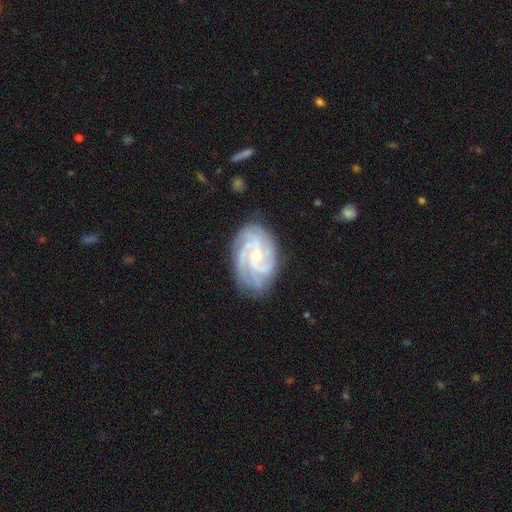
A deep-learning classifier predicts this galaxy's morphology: smooth_or_featured: featured or disk (p=0.89) [alt: star or artifact p=0.05]
disk_edge_on: no (p=0.97) [alt: yes p=0.03]
bar: no (p=0.60) [alt: weak p=0.33]
has_spiral_arms: yes (p=0.98) [alt: no p=0.02]
spiral_winding: tight (p=0.65) [alt: medium p=0.30]
spiral_arm_count: 4 (p=0.33) [alt: 3 p=0.28]
bulge_size: small (p=0.66) [alt: moderate p=0.30]
merging: none (p=0.79) [alt: minor disturbance p=0.15]